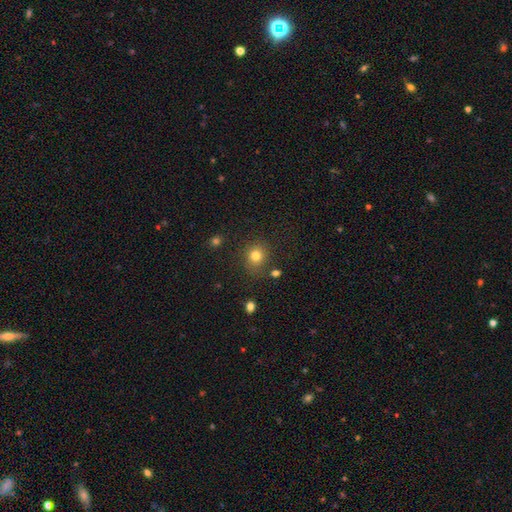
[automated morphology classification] This appears to be a smooth galaxy with no disk features (80%) that is round (79%). Merging: none (79%).